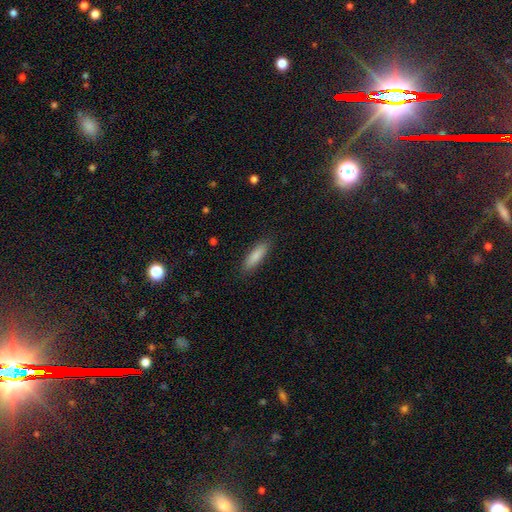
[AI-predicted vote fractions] smooth_or_featured: smooth (p=0.85) [alt: featured or disk p=0.08]
how_rounded: cigar-shaped (p=0.59) [alt: in between p=0.40]
merging: none (p=0.87) [alt: minor disturbance p=0.09]